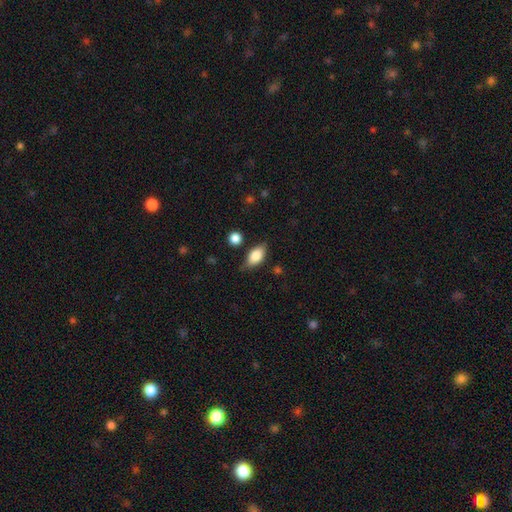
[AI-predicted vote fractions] Smooth or featured?
  - smooth: 74% *
  - featured or disk: 18%
  - star or artifact: 7%
How rounded?
  - in between: 85% *
  - cigar-shaped: 8%
  - round: 7%
Merging?
  - none: 71% *
  - minor disturbance: 21%
  - major disturbance: 5%
  - merger: 3%